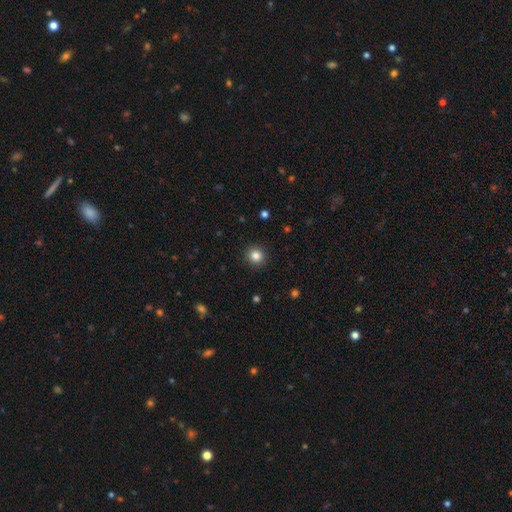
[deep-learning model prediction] Smooth or featured: smooth — 84% (star or artifact — 11%)
How rounded: round — 93% (in between — 6%)
Merging: none — 92% (minor disturbance — 6%)